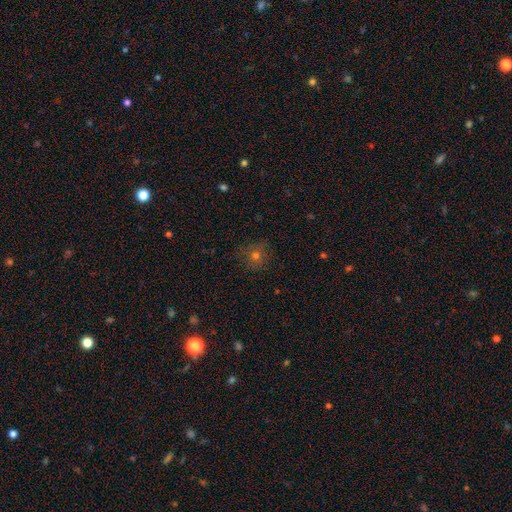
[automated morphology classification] Overall: smooth (63%). How rounded: round (90%). Merging: none (82%).